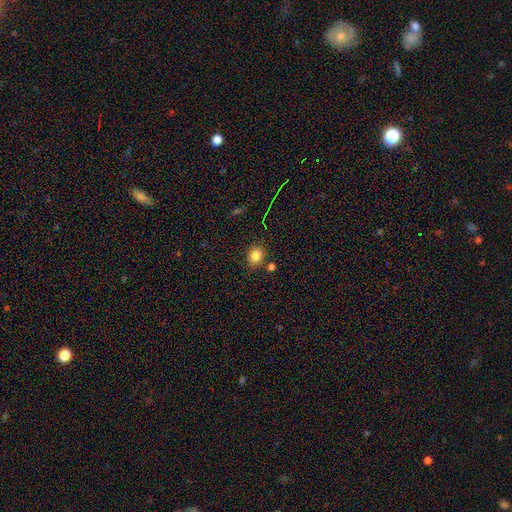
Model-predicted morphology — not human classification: The model was most divided on "how rounded": round: 67%, in between: 32%, cigar-shaped: 1%. More confident: smooth or featured — smooth (82%); merging — none (78%).